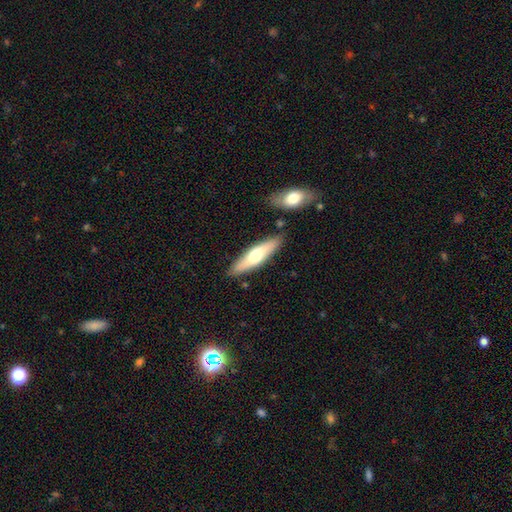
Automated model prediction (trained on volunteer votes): The model was most divided on "smooth or featured": smooth: 57%, featured or disk: 38%, star or artifact: 5%. More confident: merging — none (83%); how rounded — cigar-shaped (68%).